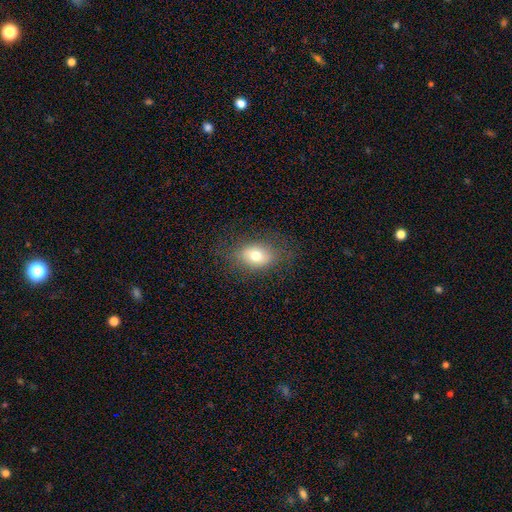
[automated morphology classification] smooth 72%, featured or disk 17%, star or artifact 11%. Down the decision tree: how rounded — in between (74%); merging — none (77%).